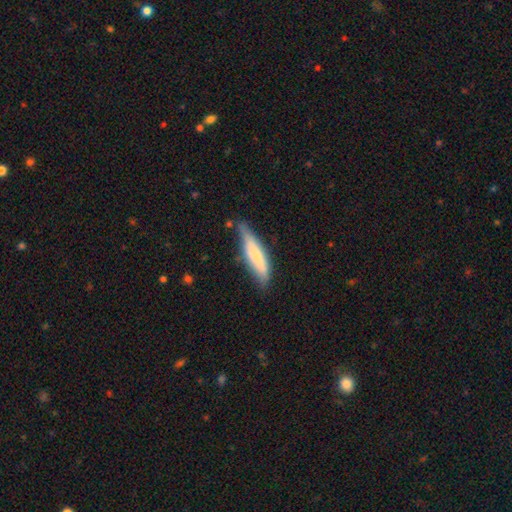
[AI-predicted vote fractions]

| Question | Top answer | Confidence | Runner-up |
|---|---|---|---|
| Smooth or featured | smooth | 68% | featured or disk (26%) |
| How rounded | cigar-shaped | 74% | in between (25%) |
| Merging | none | 62% | minor disturbance (29%) |